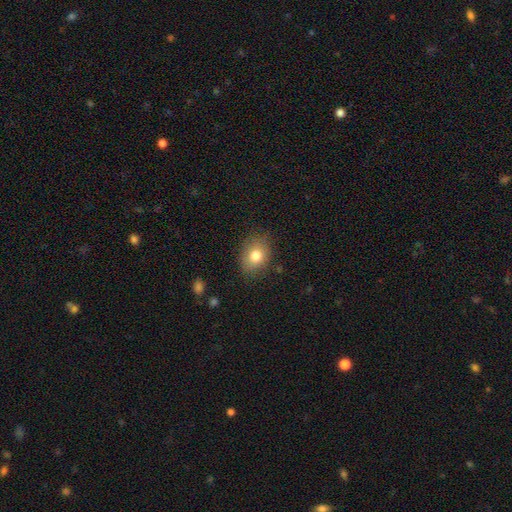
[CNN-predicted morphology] This is likely a smooth galaxy (79%). How rounded: likely in between (61%). Merging: likely none (79%).